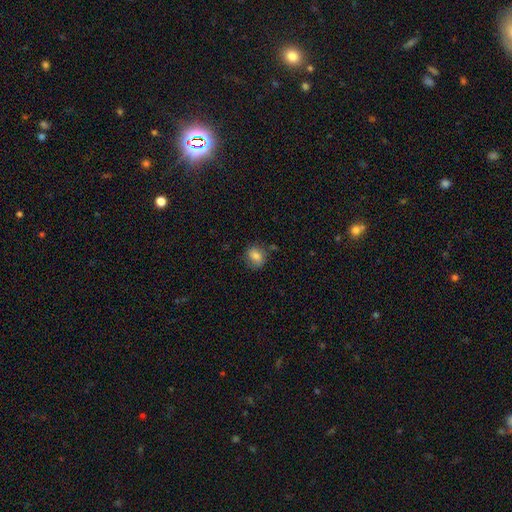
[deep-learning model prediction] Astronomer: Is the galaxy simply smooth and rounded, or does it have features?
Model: smooth — 80%.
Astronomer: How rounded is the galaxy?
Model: round — 63%.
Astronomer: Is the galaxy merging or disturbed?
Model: none — 74%.